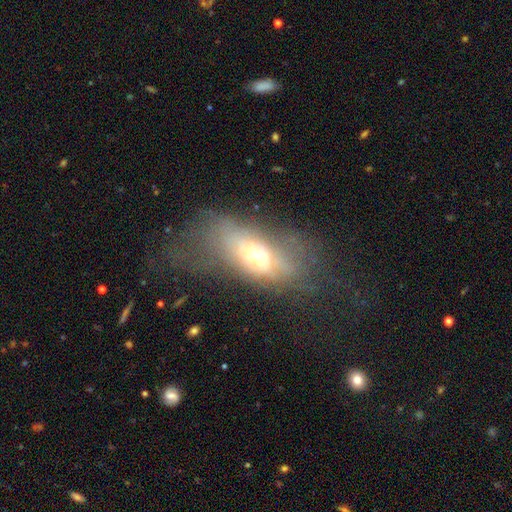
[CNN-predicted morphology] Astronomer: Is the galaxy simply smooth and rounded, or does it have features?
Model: smooth — 48% (runner-up: featured or disk, 39%).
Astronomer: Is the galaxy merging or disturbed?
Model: major disturbance — 39% (runner-up: none, 35%).